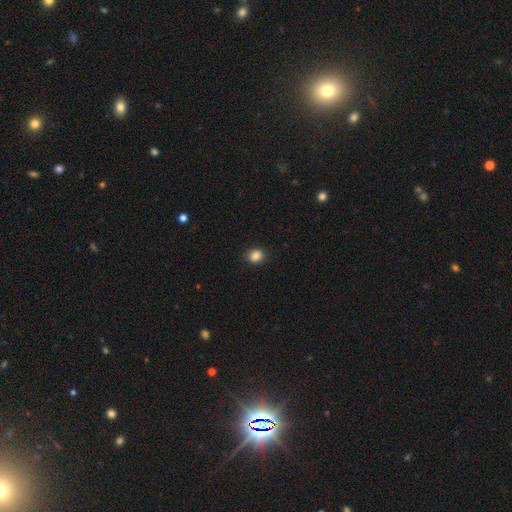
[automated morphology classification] smooth 86%, star or artifact 10%, featured or disk 4%. Down the decision tree: how rounded — round (61%); merging — none (88%).